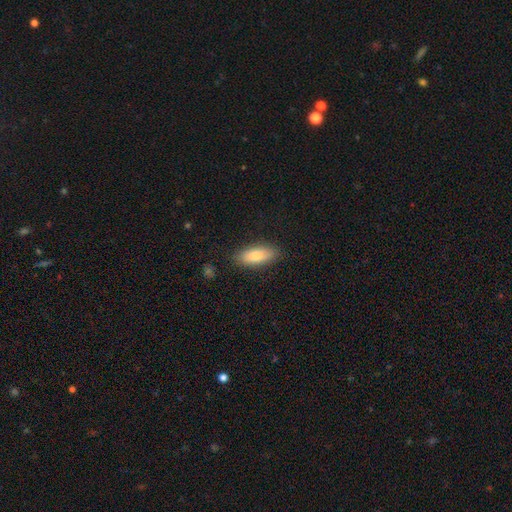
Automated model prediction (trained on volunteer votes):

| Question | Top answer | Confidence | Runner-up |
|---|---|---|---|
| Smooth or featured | smooth | 79% | featured or disk (15%) |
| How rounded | in between | 75% | cigar-shaped (23%) |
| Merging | none | 85% | minor disturbance (11%) |